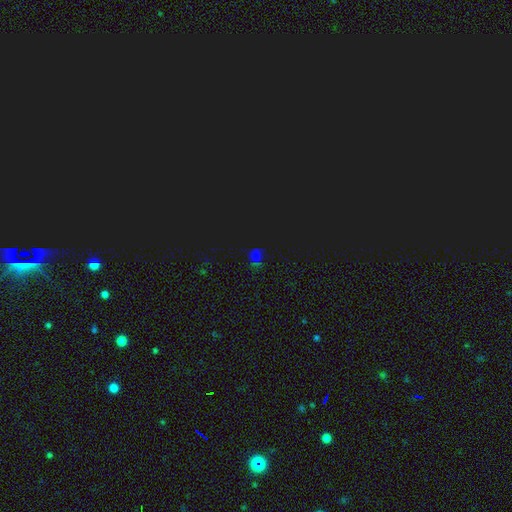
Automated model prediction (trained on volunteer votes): Smooth or featured? star or artifact (58%)